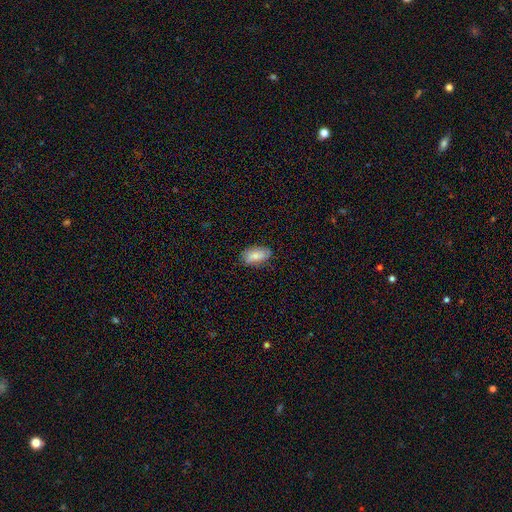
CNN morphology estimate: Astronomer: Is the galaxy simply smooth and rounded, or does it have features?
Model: smooth — 72%.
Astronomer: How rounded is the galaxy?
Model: in between — 93%.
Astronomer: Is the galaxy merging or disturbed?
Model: none — 78%.